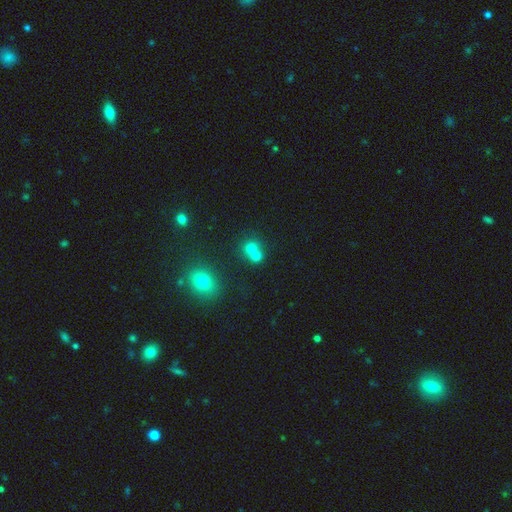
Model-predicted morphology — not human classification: Smooth or featured: smooth — 70% (star or artifact — 15%)
How rounded: round — 81% (in between — 18%)
Merging: merger — 53% (none — 38%)